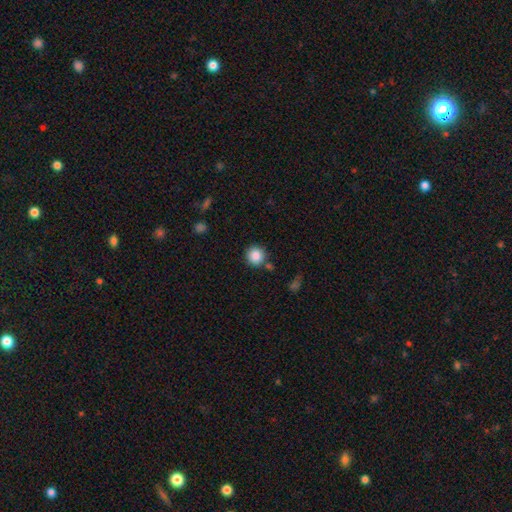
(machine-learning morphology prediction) A smooth galaxy with no disk features (86%) that is round (94%). Merging: none (83%).